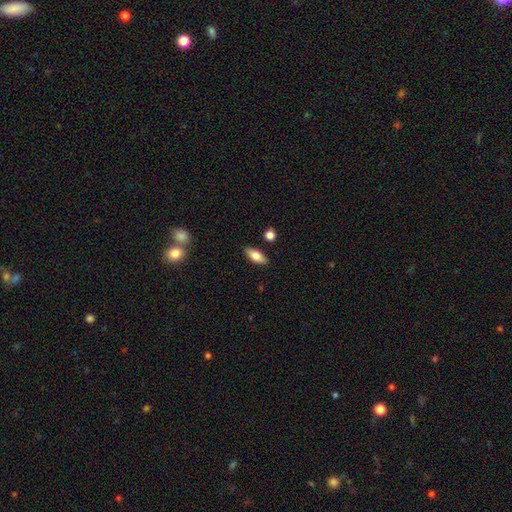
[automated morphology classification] Smooth or featured? smooth (78%)
How rounded? in between (85%)
Merging? none (85%)